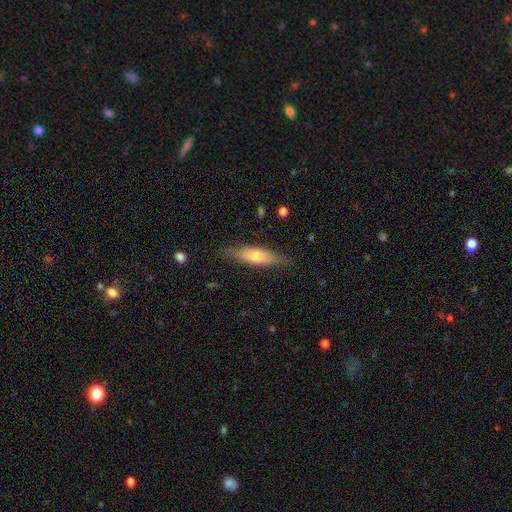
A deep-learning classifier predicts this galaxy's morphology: This appears to be a smooth galaxy with no disk features (56%) that is cigar-shaped (63%). Merging: none (81%).